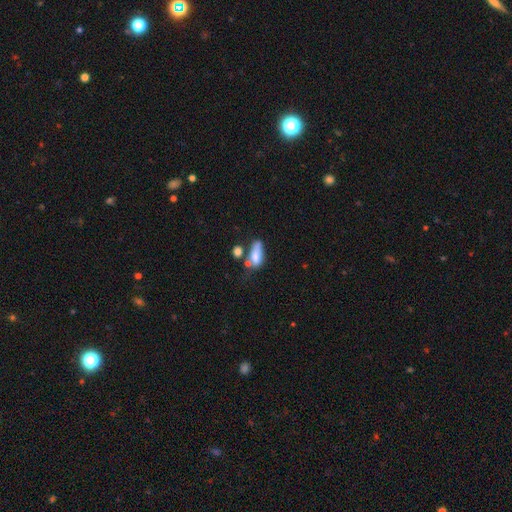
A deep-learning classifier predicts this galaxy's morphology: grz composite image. It shows a smooth galaxy with no disk features (72%) that is in between round and cigar-shaped (80%). Merging: none (30%).